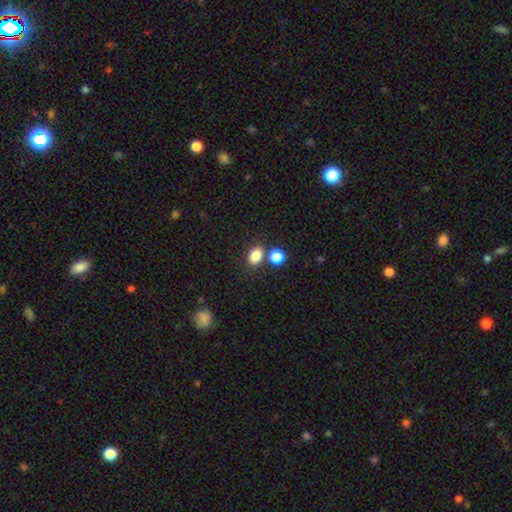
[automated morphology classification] Smooth or featured? smooth (84%)
How rounded? in between (73%)
Merging? none (67%)